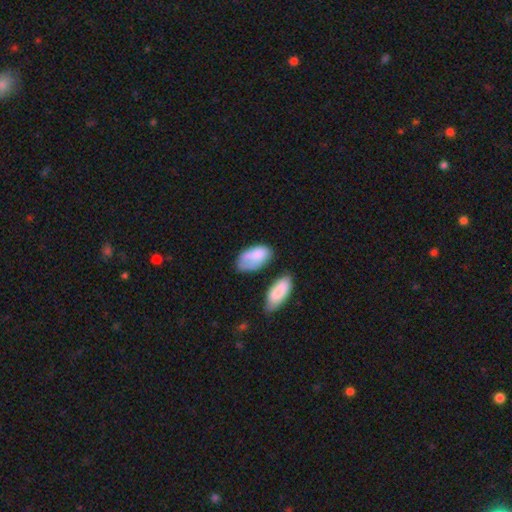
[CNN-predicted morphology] Smooth or featured: smooth — 78% (featured or disk — 15%)
How rounded: in between — 94% (round — 4%)
Merging: none — 39% (minor disturbance — 31%)